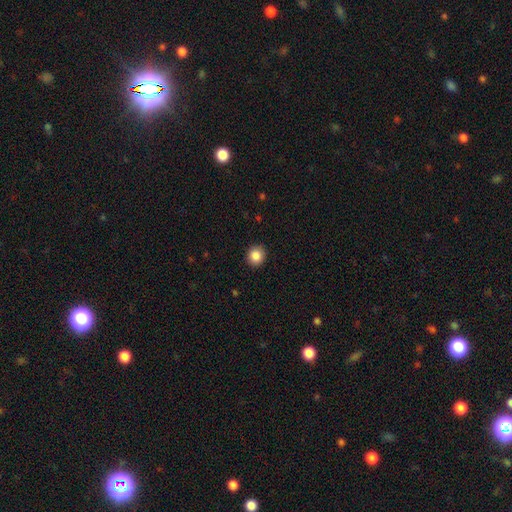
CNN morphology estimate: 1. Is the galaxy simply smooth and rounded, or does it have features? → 87% smooth, 9% star or artifact, 4% featured or disk.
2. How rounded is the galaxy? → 86% round, 13% in between, 1% cigar-shaped.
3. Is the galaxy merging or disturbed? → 91% none, 6% minor disturbance, 2% major disturbance, 1% merger.